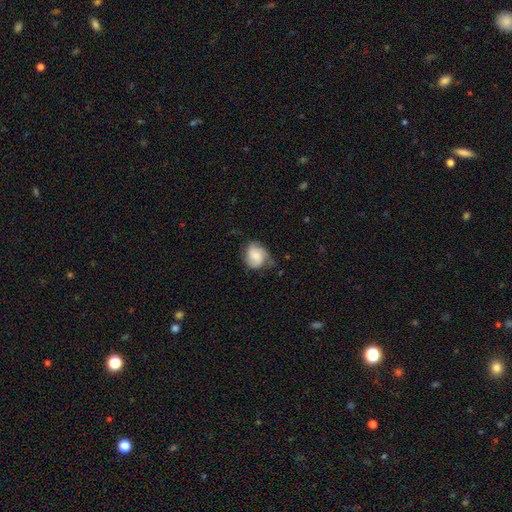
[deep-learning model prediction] Morphology: type=smooth (54%); roundness=round (60%); merging=none (53%).